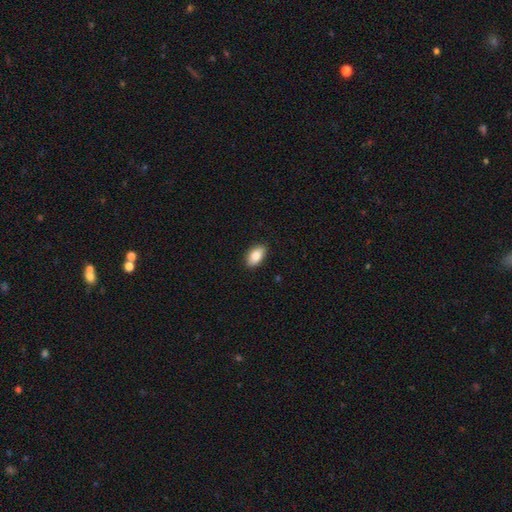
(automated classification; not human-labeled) This is clearly a smooth galaxy (85%). How rounded: clearly in between (93%). Merging: clearly none (88%).